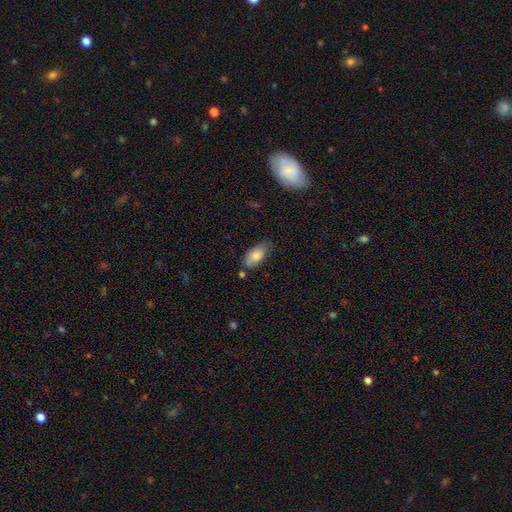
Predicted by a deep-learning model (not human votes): Overall: smooth (80%). How rounded: in between (92%). Merging: none (60%; minor disturbance 30%).